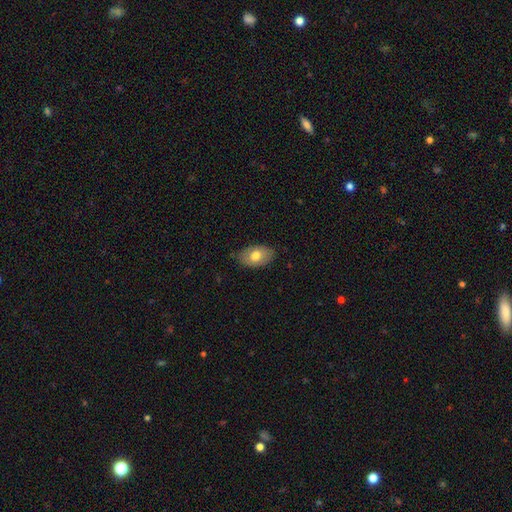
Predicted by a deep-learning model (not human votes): The model was most divided on "smooth or featured": smooth: 74%, featured or disk: 20%, star or artifact: 7%. More confident: how rounded — in between (91%); merging — none (81%).